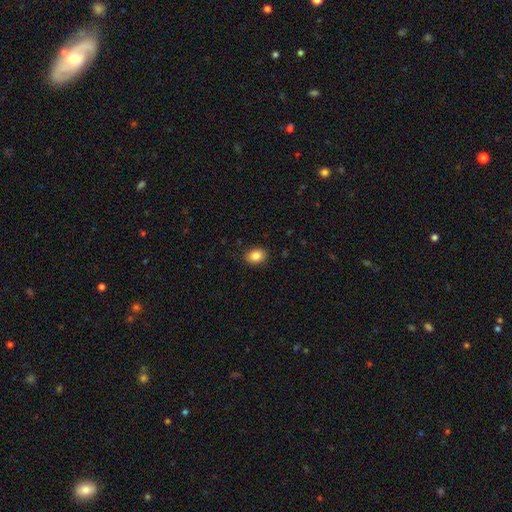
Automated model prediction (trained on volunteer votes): smooth 86%, star or artifact 9%, featured or disk 5%. Down the decision tree: how rounded — in between (67%); merging — none (89%).